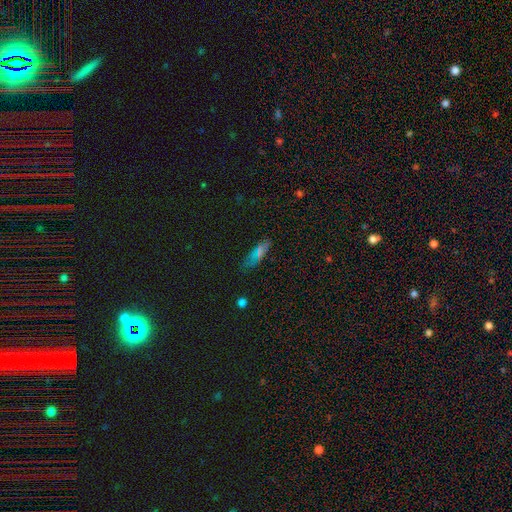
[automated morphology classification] smooth 54%, star or artifact 26%, featured or disk 20%. Down the decision tree: how rounded — in between (51%); merging — none (77%).